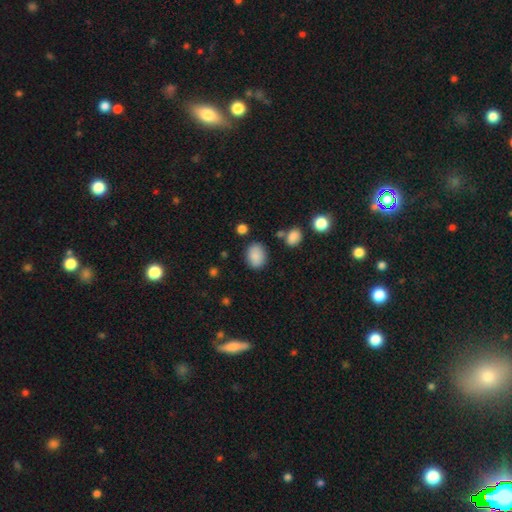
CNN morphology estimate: Smooth or featured? smooth (86%)
How rounded? in between (67%)
Merging? none (81%)